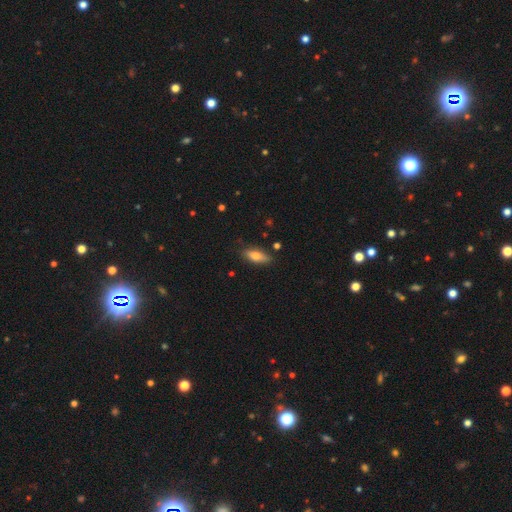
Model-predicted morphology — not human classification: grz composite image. It shows a smooth galaxy with no disk features (71%) that is in between round and cigar-shaped (69%). Merging: none (80%).